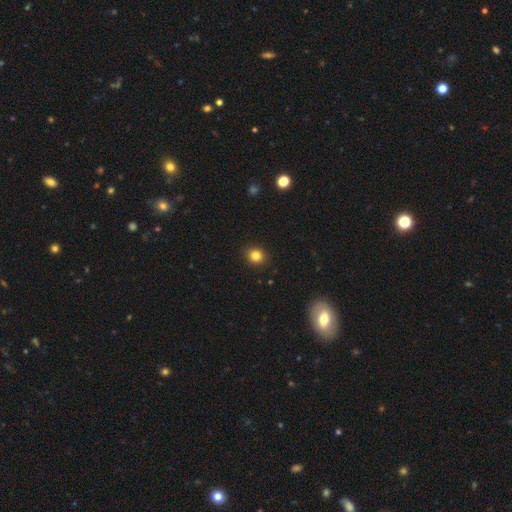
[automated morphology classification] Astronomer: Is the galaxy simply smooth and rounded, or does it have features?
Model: smooth — 83%.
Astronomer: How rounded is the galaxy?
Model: round — 83%.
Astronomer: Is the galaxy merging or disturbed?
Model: none — 92%.